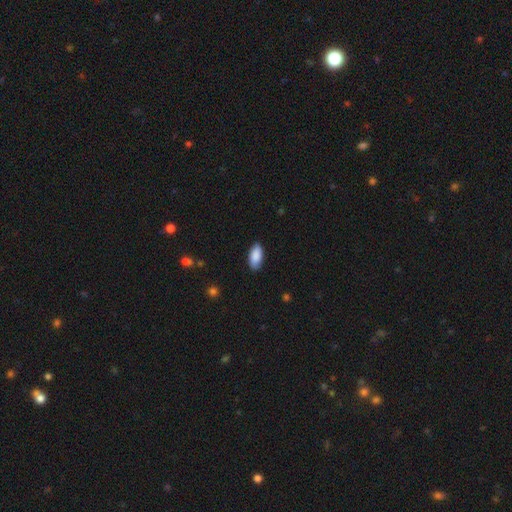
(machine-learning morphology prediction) This appears to be a smooth galaxy with no disk features (87%) that is in between round and cigar-shaped (92%). Merging: none (83%).